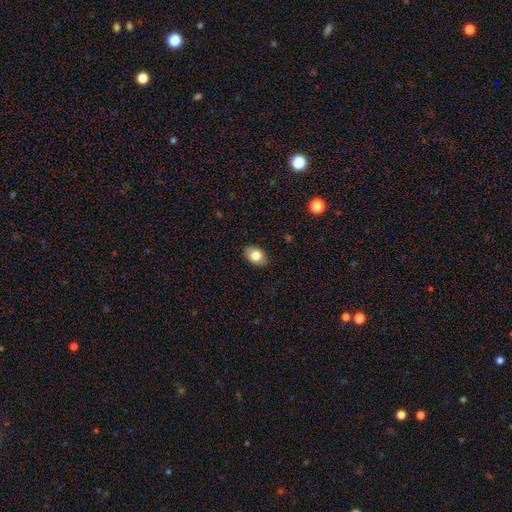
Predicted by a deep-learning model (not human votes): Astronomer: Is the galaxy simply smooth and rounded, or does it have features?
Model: smooth — 79%.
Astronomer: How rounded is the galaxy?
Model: in between — 81%.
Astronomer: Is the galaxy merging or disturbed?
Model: none — 89%.